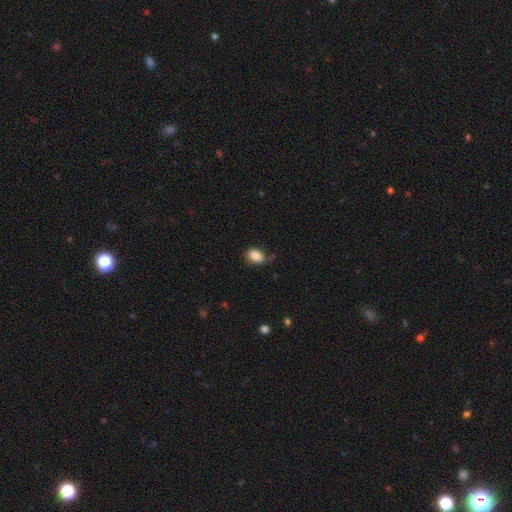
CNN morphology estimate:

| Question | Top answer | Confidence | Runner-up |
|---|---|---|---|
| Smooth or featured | smooth | 87% | star or artifact (8%) |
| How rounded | in between | 79% | round (20%) |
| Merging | none | 65% | minor disturbance (25%) |